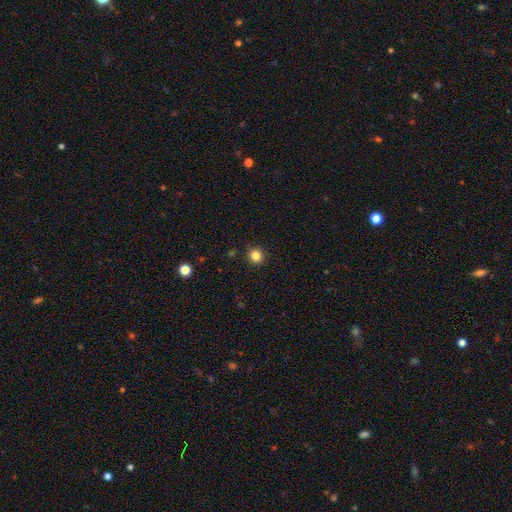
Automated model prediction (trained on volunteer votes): This is clearly a smooth galaxy (84%). How rounded: clearly round (88%). Merging: clearly none (90%).